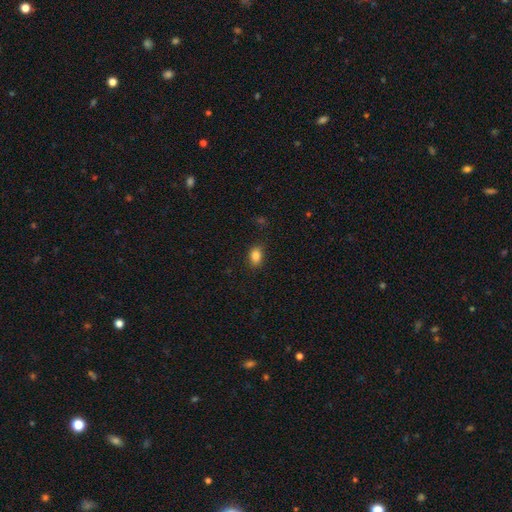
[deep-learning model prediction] smooth_or_featured: smooth (p=0.86) [alt: star or artifact p=0.10]
how_rounded: in between (p=0.79) [alt: round p=0.20]
merging: none (p=0.83) [alt: minor disturbance p=0.12]